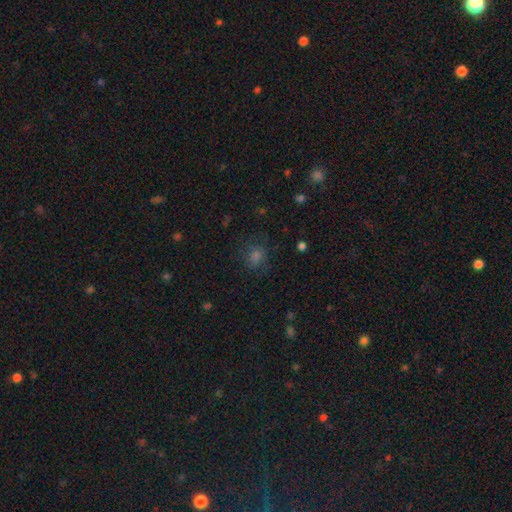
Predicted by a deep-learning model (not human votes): A smooth galaxy with no disk features (62%) that is round (72%).

Vote fractions:
- Smooth or featured? smooth: 62% / star or artifact: 29% / featured or disk: 8%
- How rounded? round: 72% / in between: 27% / cigar-shaped: 1%
- Merging? none: 80% / minor disturbance: 13% / major disturbance: 6% / merger: 2%